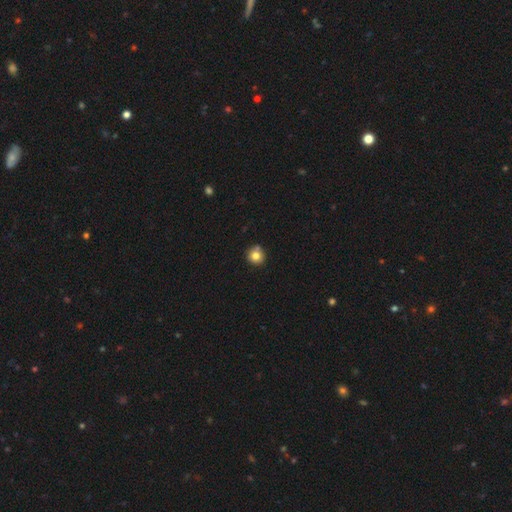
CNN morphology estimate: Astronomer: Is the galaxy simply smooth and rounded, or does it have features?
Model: smooth — 80%.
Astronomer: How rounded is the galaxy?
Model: round — 92%.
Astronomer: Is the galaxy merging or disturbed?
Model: none — 77%.